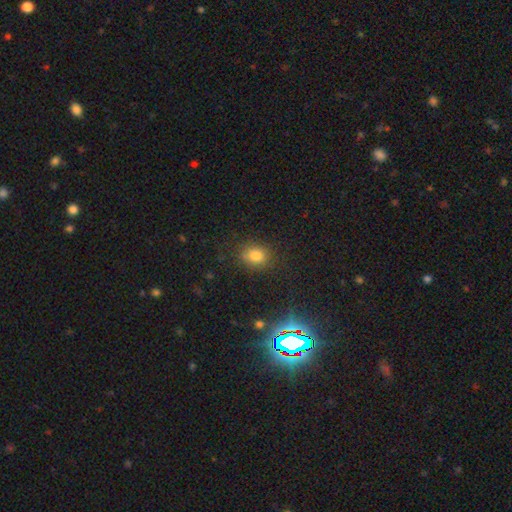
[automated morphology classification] This is likely a smooth galaxy (79%). How rounded: possibly round (51%). Merging: clearly none (82%).